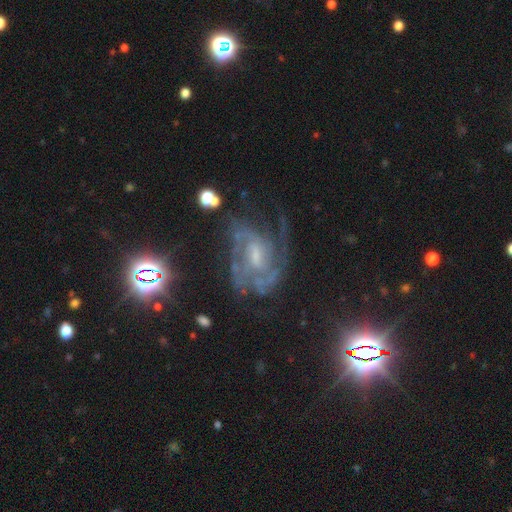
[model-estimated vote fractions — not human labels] Smooth or featured: featured or disk — 80% (star or artifact — 13%)
Edge-on disk: no — 97% (yes — 3%)
Bar: weak — 50% (no — 36%)
Spiral arms: yes — 92% (no — 8%)
Spiral winding: medium — 46% (tight — 39%)
Spiral arm count: 2 — 32% (can't tell — 31%)
Bulge size: small — 46% (moderate — 33%)
Merging: none — 56% (major disturbance — 21%)